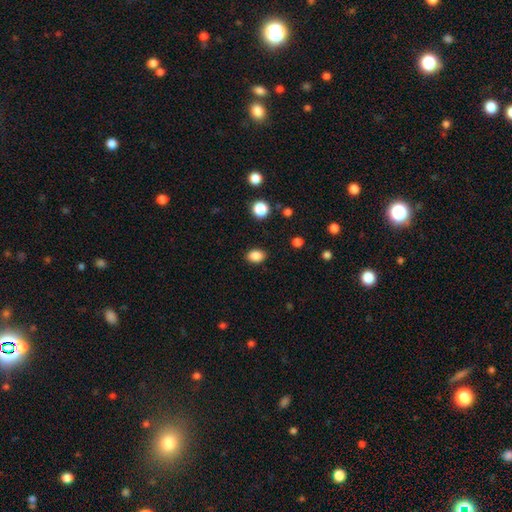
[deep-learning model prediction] The model was most divided on "how rounded": in between: 70%, round: 29%, cigar-shaped: 1%. More confident: merging — none (87%); smooth or featured — smooth (87%).